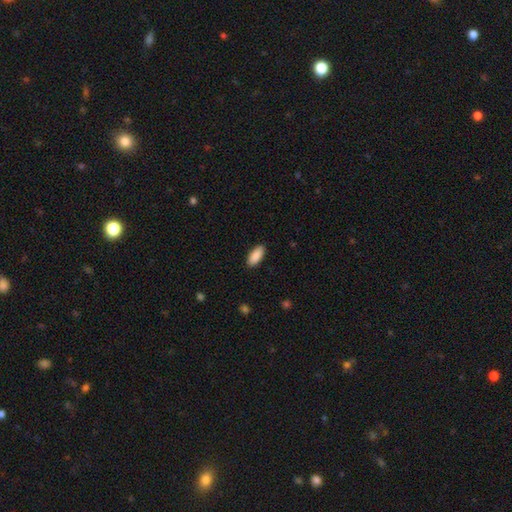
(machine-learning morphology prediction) smooth 90%, star or artifact 6%, featured or disk 4%. Down the decision tree: how rounded — in between (88%); merging — none (89%).